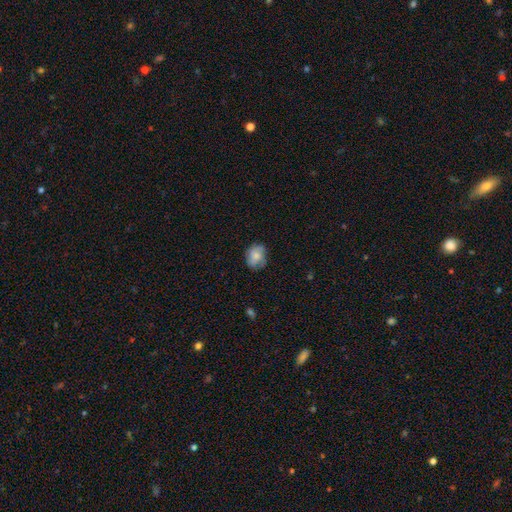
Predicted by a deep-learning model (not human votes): A smooth galaxy with no disk features (69%) that is round (59%). Merging: none (70%).